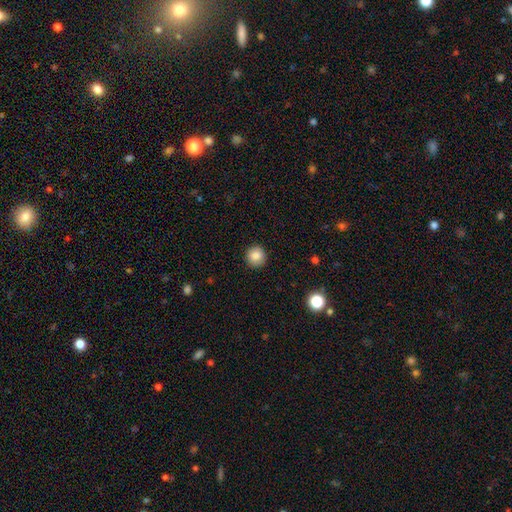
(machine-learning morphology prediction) Overall: smooth (85%). How rounded: round (93%). Merging: none (92%).